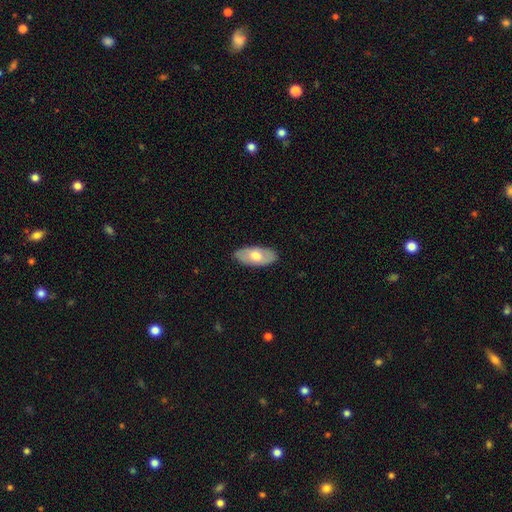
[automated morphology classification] The model was most divided on "smooth or featured": smooth: 62%, featured or disk: 33%, star or artifact: 5%. More confident: how rounded — in between (92%); merging — none (86%).